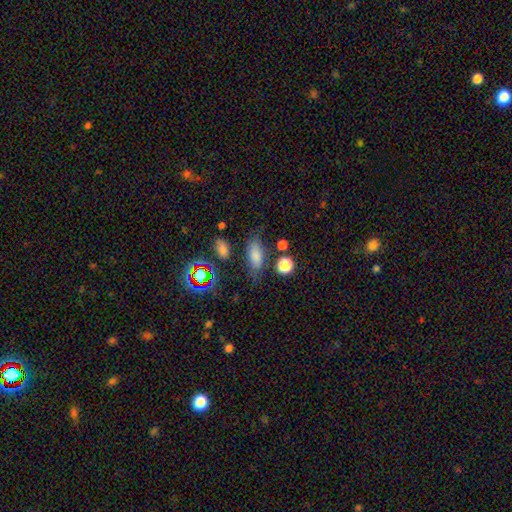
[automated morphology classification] Q: Smooth or featured?
A: smooth (76%); runner-up: star or artifact (12%)
Q: How rounded?
A: in between (80%); runner-up: cigar-shaped (12%)
Q: Merging?
A: none (66%); runner-up: minor disturbance (21%)